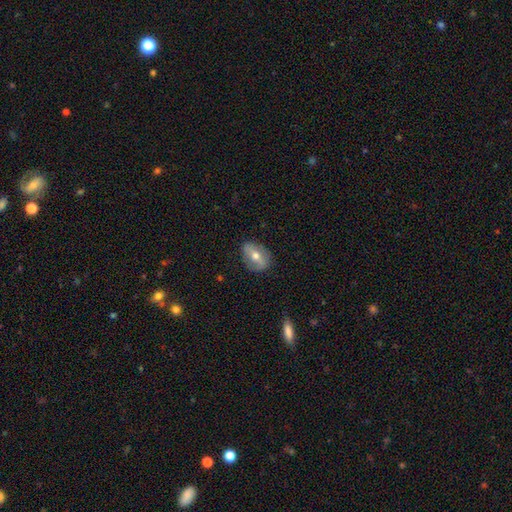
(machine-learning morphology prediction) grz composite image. It shows a featured or disk galaxy (51%). Merging: none (82%).